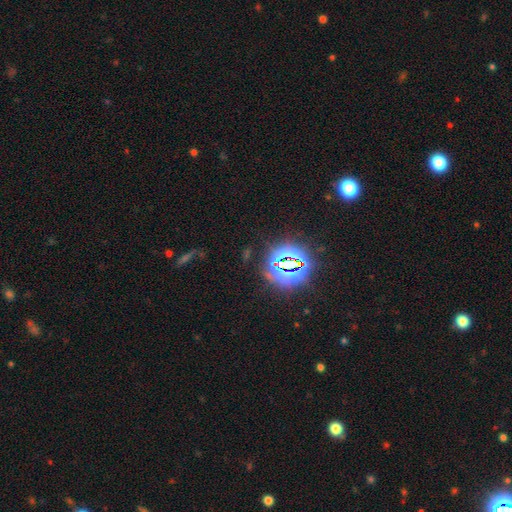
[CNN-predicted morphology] The model was most divided on "smooth or featured": star or artifact: 80%, smooth: 12%, featured or disk: 8%.